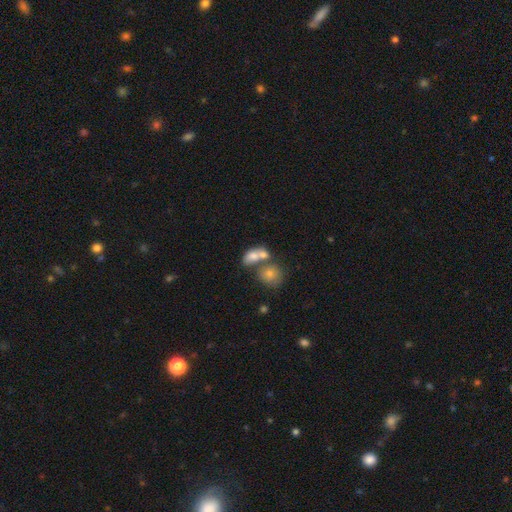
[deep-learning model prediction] A smooth galaxy with no disk features (70%) that is in between round and cigar-shaped (73%). Merging: merger (61%).